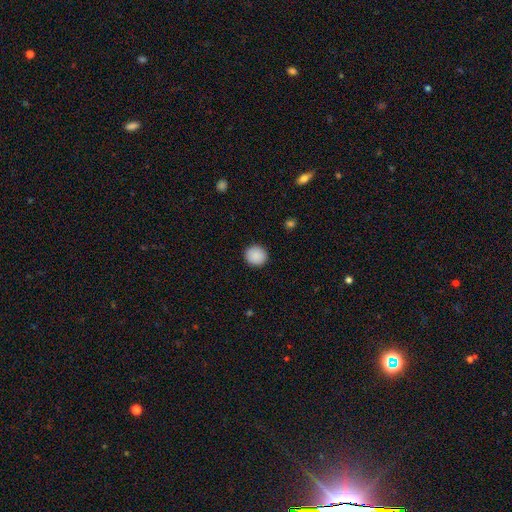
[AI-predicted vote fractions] This is clearly a smooth galaxy (89%). How rounded: clearly round (90%). Merging: clearly none (92%).